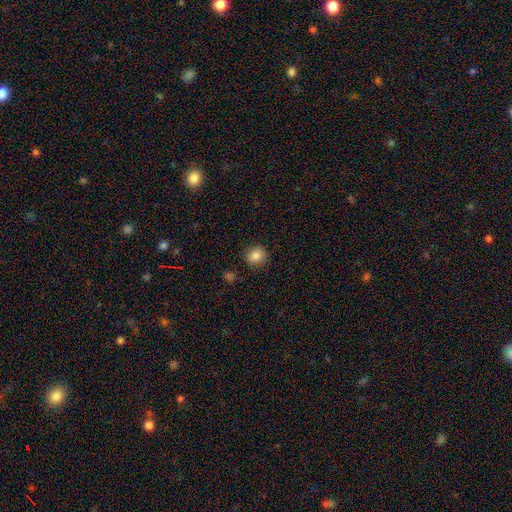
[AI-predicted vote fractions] Smooth or featured?
  - smooth: 85% *
  - star or artifact: 10%
  - featured or disk: 5%
How rounded?
  - round: 80% *
  - in between: 19%
  - cigar-shaped: 1%
Merging?
  - none: 88% *
  - minor disturbance: 8%
  - major disturbance: 2%
  - merger: 2%